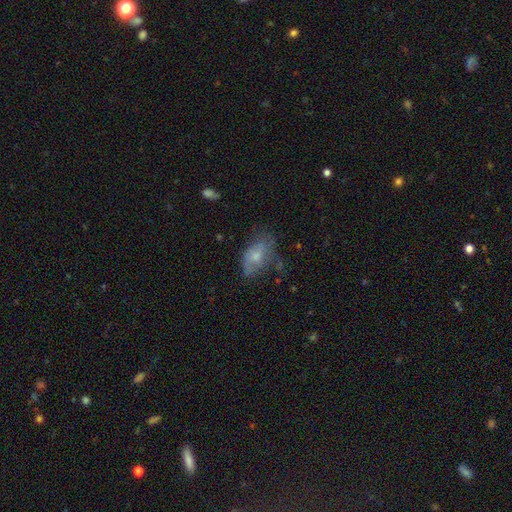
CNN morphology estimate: A smooth galaxy with no disk features (59%) that is in between round and cigar-shaped (88%).

Vote fractions:
- Smooth or featured? smooth: 59% / featured or disk: 32% / star or artifact: 9%
- How rounded? in between: 88% / round: 9% / cigar-shaped: 3%
- Merging? none: 46% / minor disturbance: 32% / major disturbance: 19% / merger: 3%